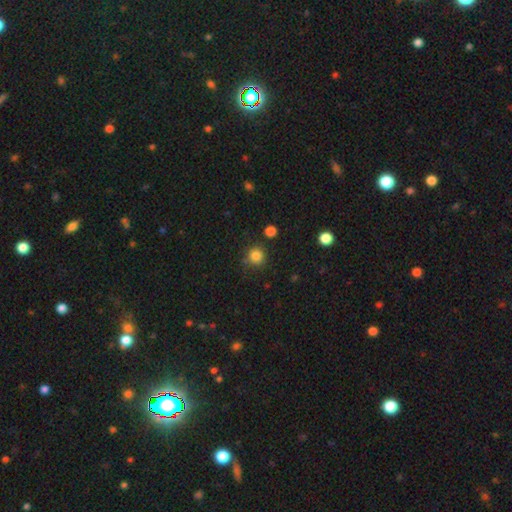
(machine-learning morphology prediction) type=smooth (83%); roundness=round (91%); merging=none (81%).